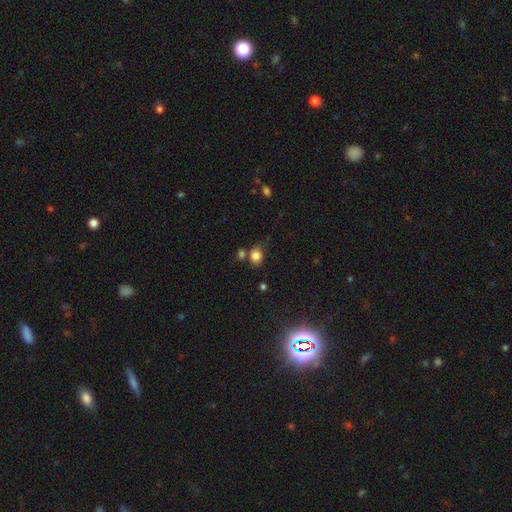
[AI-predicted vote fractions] Morphology: type=smooth (82%); roundness=round (51%); merging=none (60%).